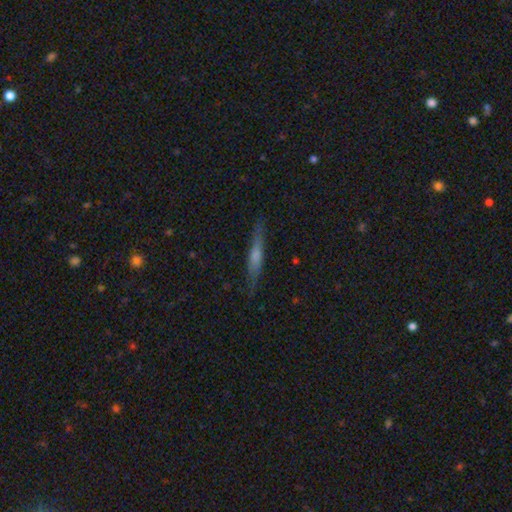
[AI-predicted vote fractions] Smooth or featured?
  - featured or disk: 49% *
  - smooth: 43%
  - star or artifact: 7%
Merging?
  - none: 85% *
  - minor disturbance: 11%
  - major disturbance: 2%
  - merger: 1%